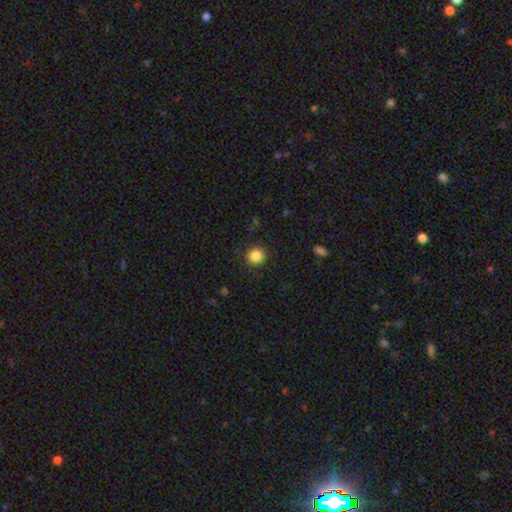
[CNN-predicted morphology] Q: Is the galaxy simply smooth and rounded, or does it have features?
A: smooth — 86%.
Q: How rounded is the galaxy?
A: round — 88%.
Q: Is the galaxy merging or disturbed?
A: none — 88%.